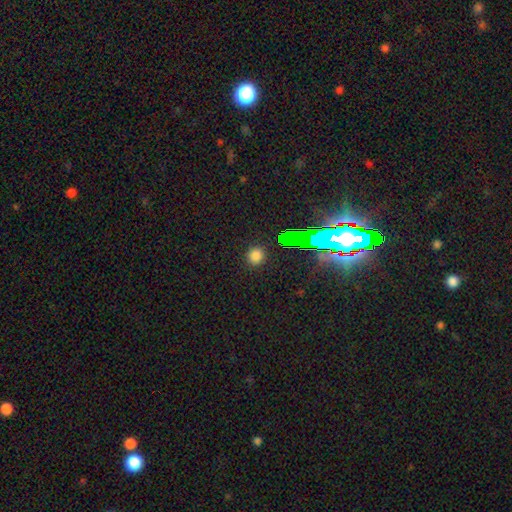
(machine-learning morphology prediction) Smooth or featured: smooth — 76% (star or artifact — 19%)
How rounded: round — 89% (in between — 10%)
Merging: none — 90% (minor disturbance — 6%)